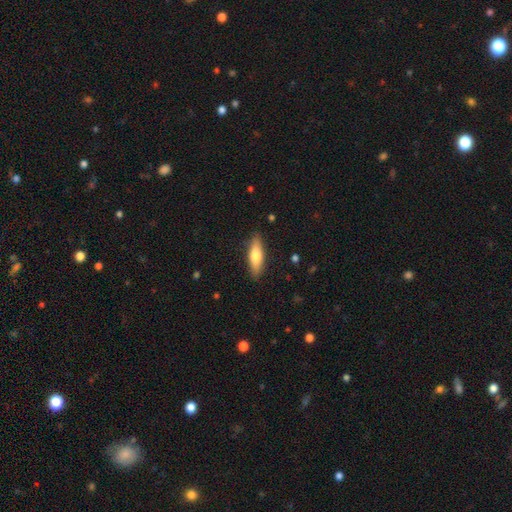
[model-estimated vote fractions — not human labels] Smooth or featured: smooth — 68% (featured or disk — 26%)
How rounded: cigar-shaped — 51% (in between — 47%)
Merging: none — 88% (minor disturbance — 9%)